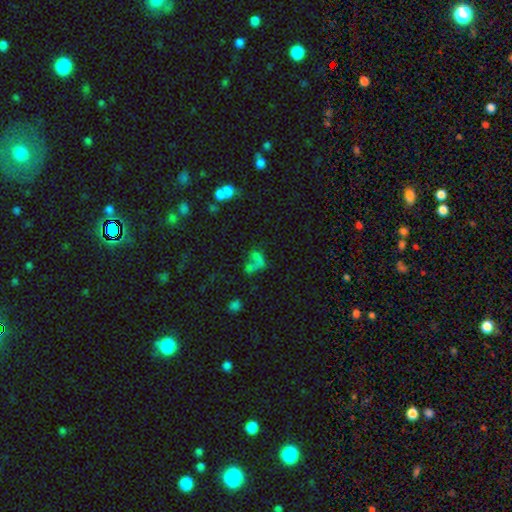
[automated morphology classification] A star or artifact, not a galaxy (50%).